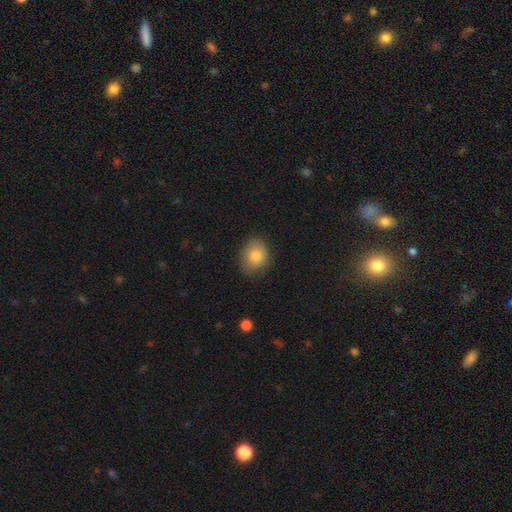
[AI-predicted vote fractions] The model was most divided on "how rounded": round: 57%, in between: 43%, cigar-shaped: 1%. More confident: smooth or featured — smooth (80%); merging — none (77%).